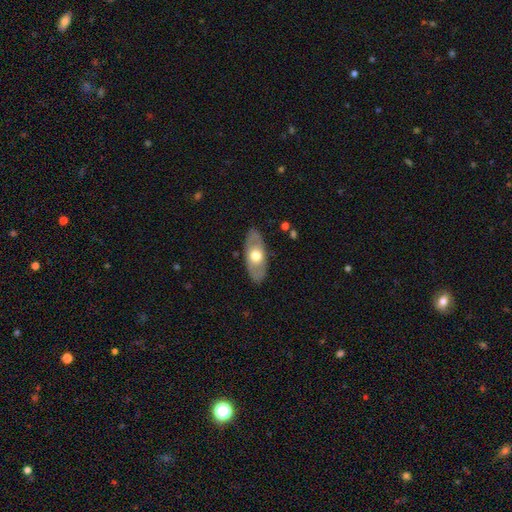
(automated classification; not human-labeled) Smooth or featured: featured or disk — 50% (smooth — 45%)
Merging: none — 85% (minor disturbance — 11%)